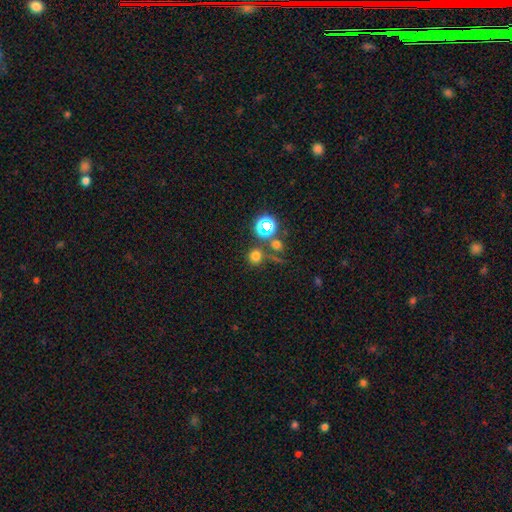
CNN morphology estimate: This is likely a smooth galaxy (67%). How rounded: clearly round (90%). Merging: likely none (69%).